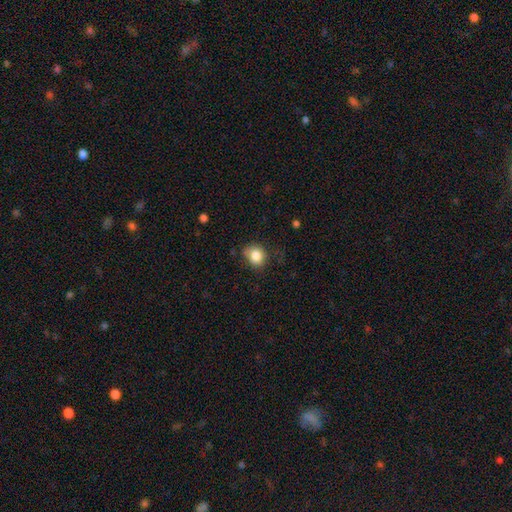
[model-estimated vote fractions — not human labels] smooth_or_featured: smooth (p=0.84) [alt: star or artifact p=0.10]
how_rounded: round (p=0.68) [alt: in between p=0.31]
merging: none (p=0.70) [alt: minor disturbance p=0.22]